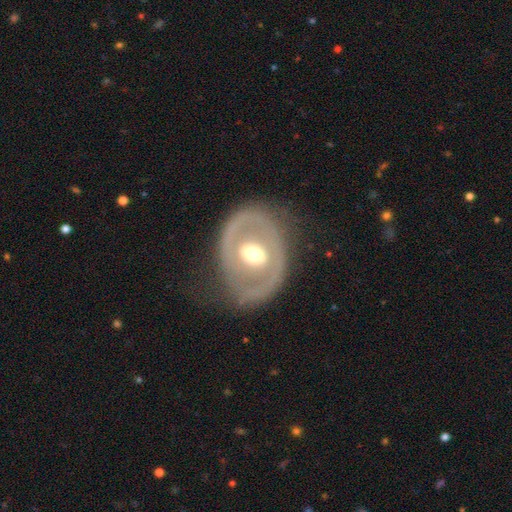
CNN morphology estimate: Smooth or featured? featured or disk (71%)
Edge-on disk? no (94%)
Bar? no (59%)
Spiral arms? no (60%)
Bulge size? moderate (72%)
Merging? none (69%)